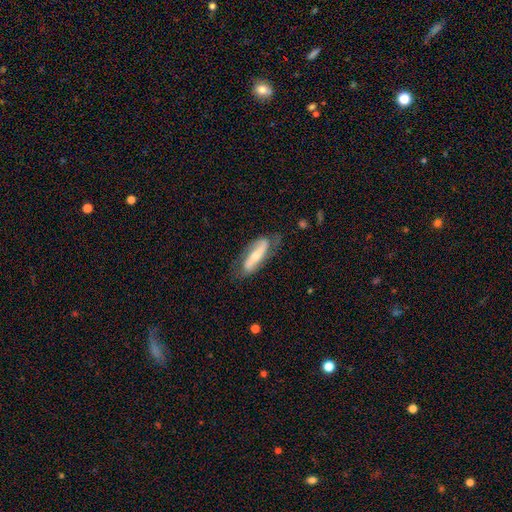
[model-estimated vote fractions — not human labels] The model was most divided on "smooth or featured": featured or disk: 67%, smooth: 28%, star or artifact: 5%. More confident: edge-on disk — no (74%); merging — none (68%).